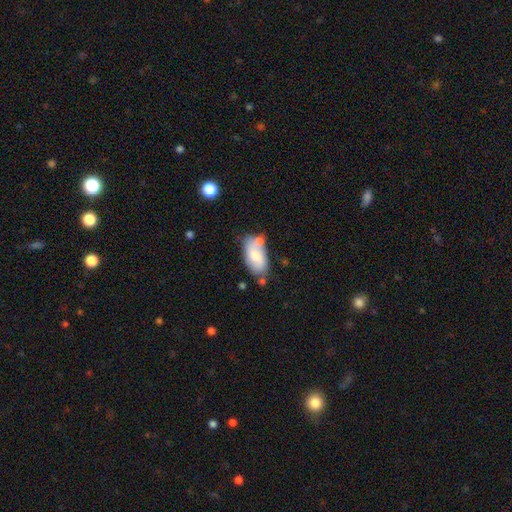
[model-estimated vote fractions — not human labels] A smooth galaxy with no disk features (59%) that is in between round and cigar-shaped (92%).

Vote fractions:
- Smooth or featured? smooth: 59% / featured or disk: 34% / star or artifact: 6%
- How rounded? in between: 92% / round: 4% / cigar-shaped: 4%
- Merging? none: 54% / minor disturbance: 21% / merger: 19% / major disturbance: 6%